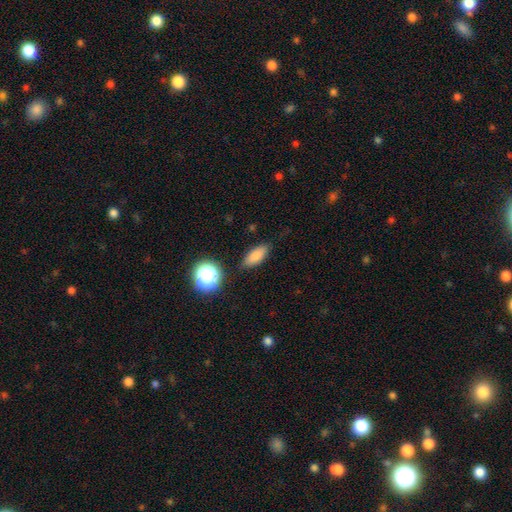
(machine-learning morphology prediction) A smooth galaxy with no disk features (80%) that is in between round and cigar-shaped (75%). Merging: none (83%).